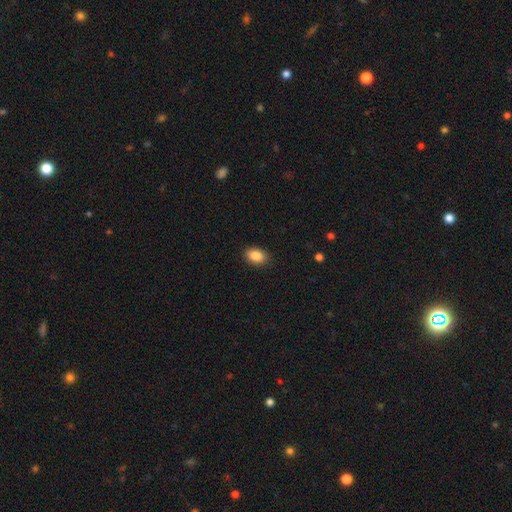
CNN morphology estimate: Q: Smooth or featured?
A: smooth (88%); runner-up: star or artifact (8%)
Q: How rounded?
A: in between (85%); runner-up: round (14%)
Q: Merging?
A: none (89%); runner-up: minor disturbance (8%)